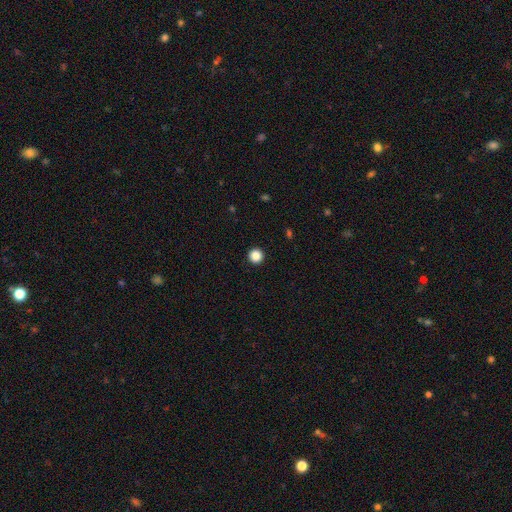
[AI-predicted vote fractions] The model was most divided on "smooth or featured": smooth: 86%, star or artifact: 10%, featured or disk: 3%. More confident: how rounded — round (97%); merging — none (94%).